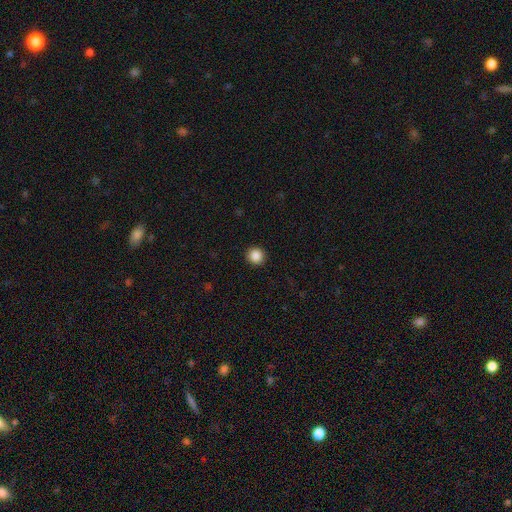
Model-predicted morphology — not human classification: type=smooth (87%); roundness=round (94%); merging=none (93%).